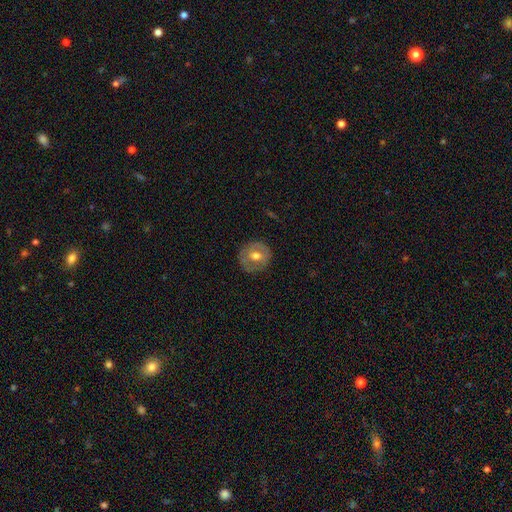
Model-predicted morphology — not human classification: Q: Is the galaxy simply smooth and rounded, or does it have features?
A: smooth — 52%.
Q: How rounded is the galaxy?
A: round — 90%.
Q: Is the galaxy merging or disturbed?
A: none — 85%.